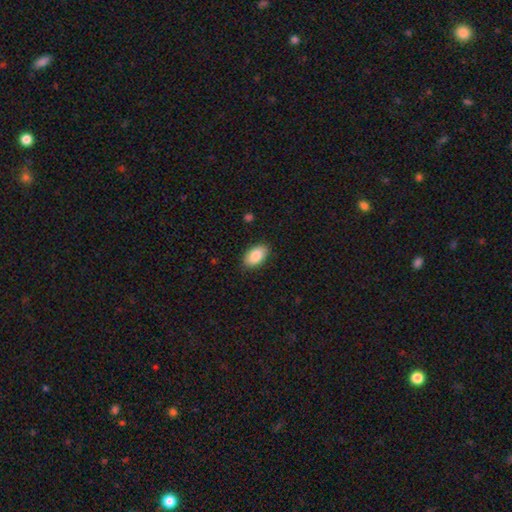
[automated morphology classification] smooth_or_featured: smooth (p=0.89) [alt: star or artifact p=0.06]
how_rounded: in between (p=0.94) [alt: round p=0.04]
merging: none (p=0.86) [alt: minor disturbance p=0.11]